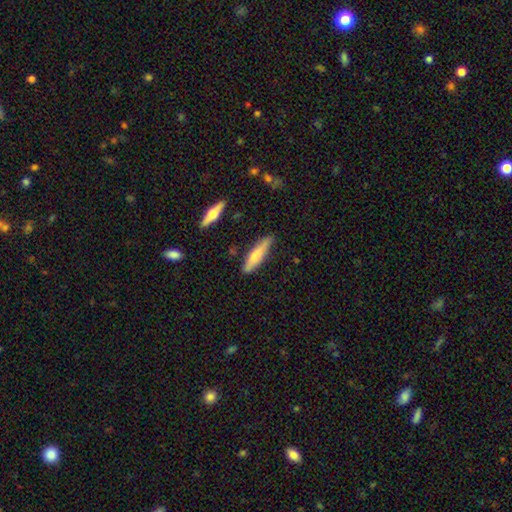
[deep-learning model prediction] Smooth or featured? Predicted: smooth (p=0.64). How rounded? Predicted: cigar-shaped (p=0.80). Merging? Predicted: none (p=0.82).